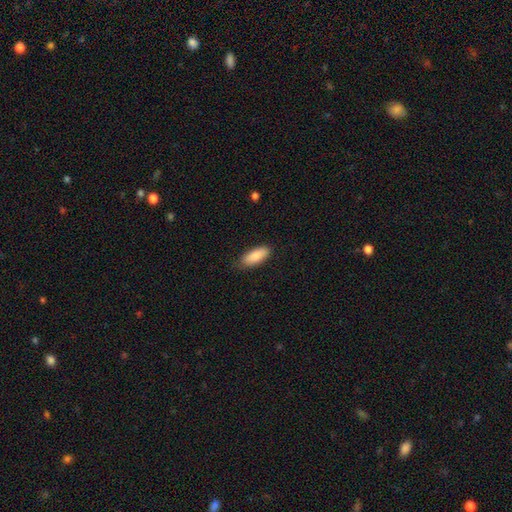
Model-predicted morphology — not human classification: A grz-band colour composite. It shows a smooth galaxy with no disk features (87%) that is in between round and cigar-shaped (79%). Merging: none (83%).